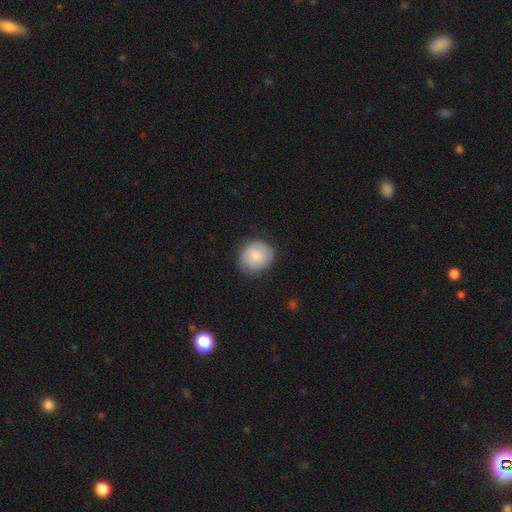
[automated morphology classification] Overall: smooth (78%). How rounded: round (82%). Merging: none (80%).